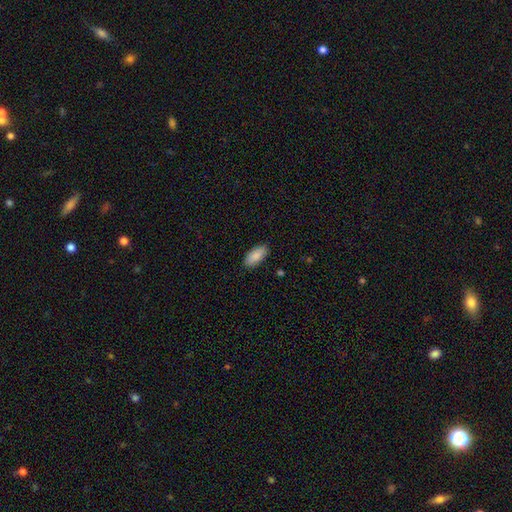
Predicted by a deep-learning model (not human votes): A smooth galaxy with no disk features (88%) that is in between round and cigar-shaped (89%). Merging: none (88%).